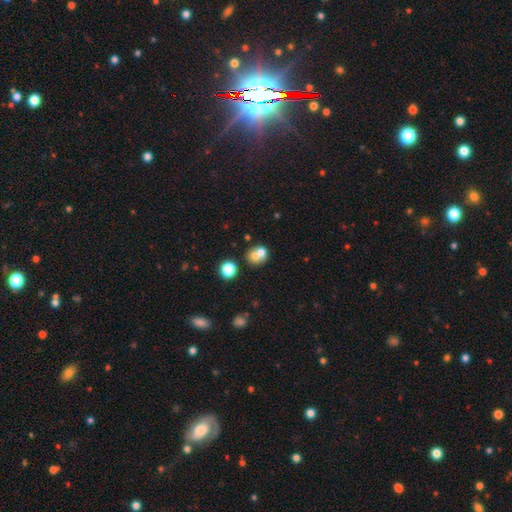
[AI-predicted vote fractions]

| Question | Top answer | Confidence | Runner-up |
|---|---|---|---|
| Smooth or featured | smooth | 67% | featured or disk (20%) |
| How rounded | round | 74% | in between (25%) |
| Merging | merger | 55% | none (35%) |